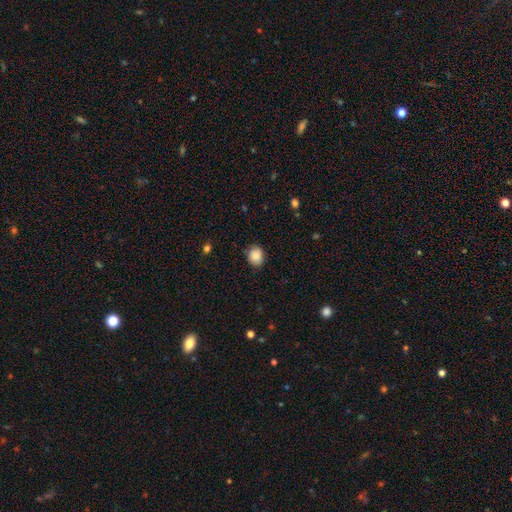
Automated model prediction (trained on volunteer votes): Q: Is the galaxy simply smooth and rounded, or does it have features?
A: smooth — 88%.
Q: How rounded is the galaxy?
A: round — 57%.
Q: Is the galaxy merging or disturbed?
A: none — 83%.